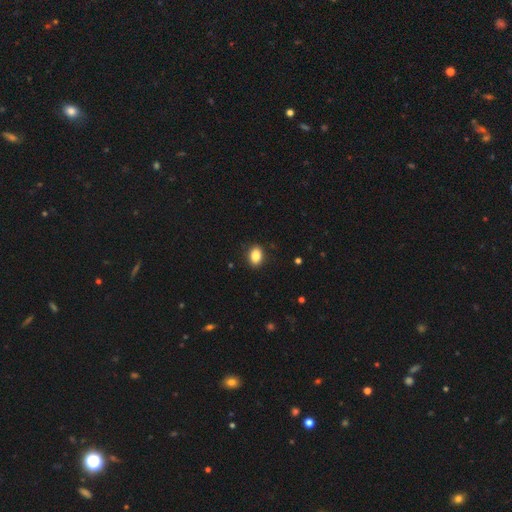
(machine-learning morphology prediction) A smooth galaxy with no disk features (86%) that is in between round and cigar-shaped (75%). Merging: none (89%).